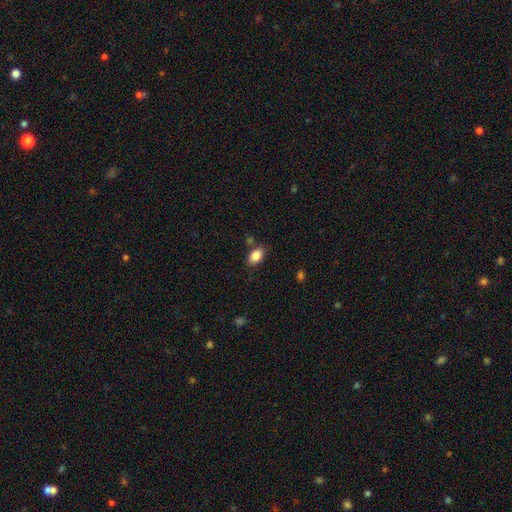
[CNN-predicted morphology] This is clearly a smooth galaxy (85%). How rounded: clearly in between (88%). Merging: likely none (79%).